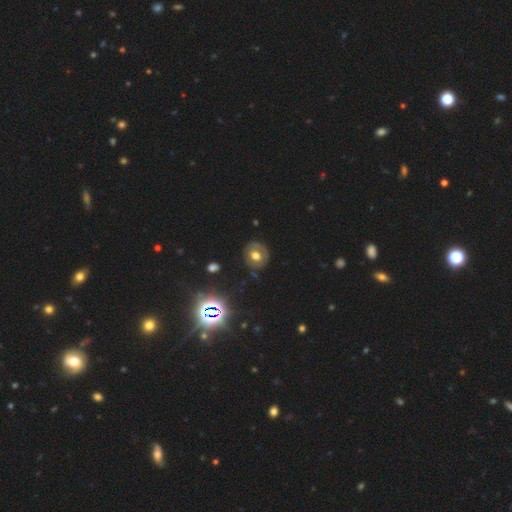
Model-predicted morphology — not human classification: Smooth or featured? smooth (48%)
Merging? none (76%)